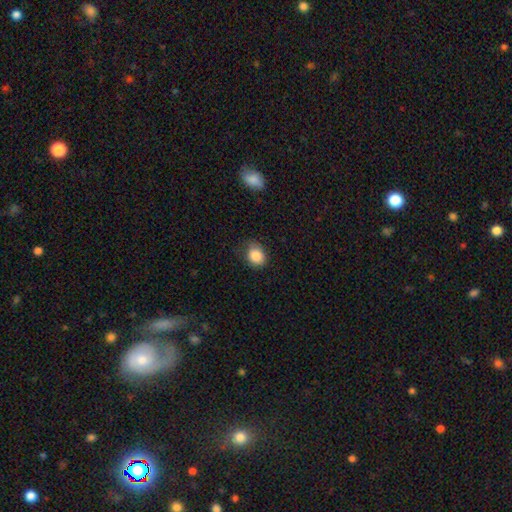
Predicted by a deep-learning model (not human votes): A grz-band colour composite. It shows a smooth galaxy with no disk features (86%) that is round (53%). Merging: none (72%).